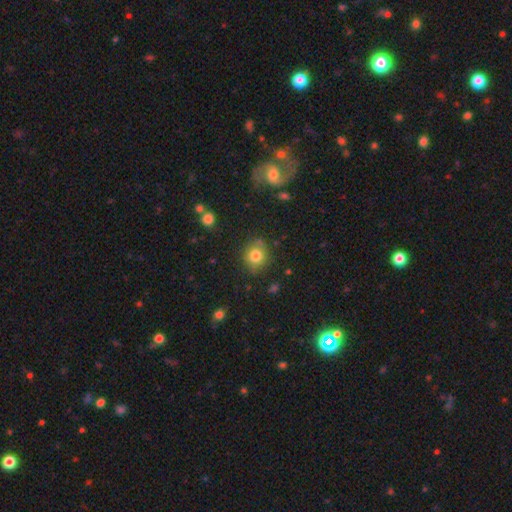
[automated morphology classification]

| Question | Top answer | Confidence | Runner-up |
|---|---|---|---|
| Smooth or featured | smooth | 79% | star or artifact (12%) |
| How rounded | round | 84% | in between (15%) |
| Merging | none | 80% | minor disturbance (13%) |